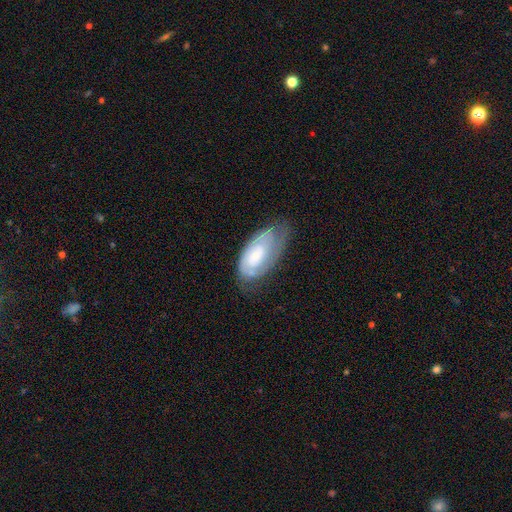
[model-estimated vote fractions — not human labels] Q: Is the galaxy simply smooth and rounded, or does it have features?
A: featured or disk — 51%.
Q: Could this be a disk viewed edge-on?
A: no — 94%.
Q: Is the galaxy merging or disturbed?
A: none — 46%.